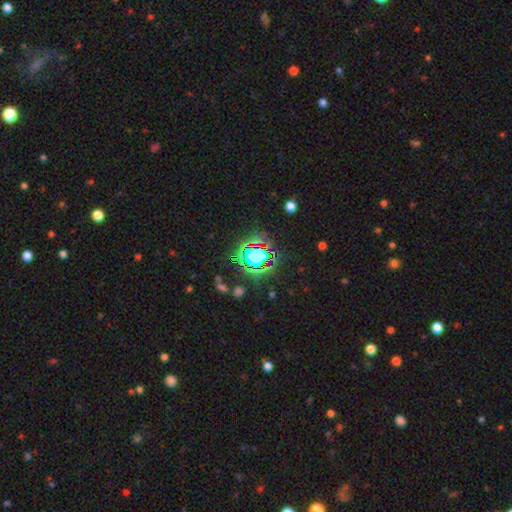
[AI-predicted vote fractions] This is likely a star or artifact rather than a galaxy (69%).